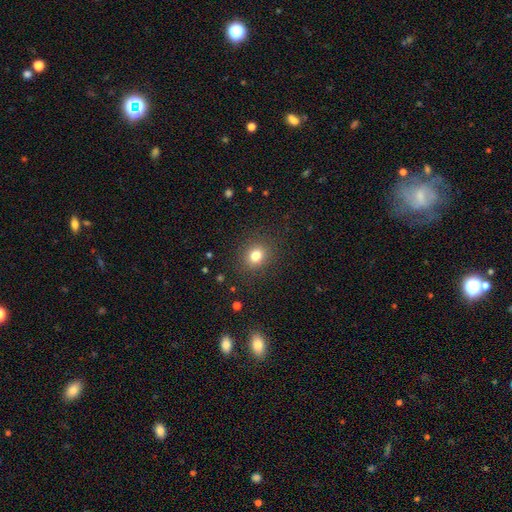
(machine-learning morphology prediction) type=smooth (79%); roundness=round (73%); merging=none (88%).